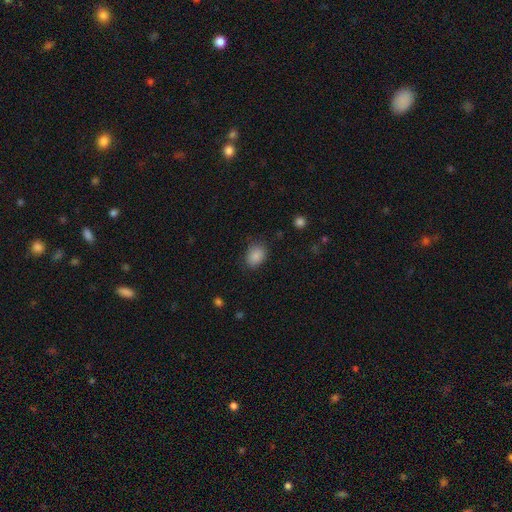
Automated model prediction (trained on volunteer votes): Smooth or featured? Predicted: smooth (p=0.87). How rounded? Predicted: in between (p=0.66). Merging? Predicted: none (p=0.81).